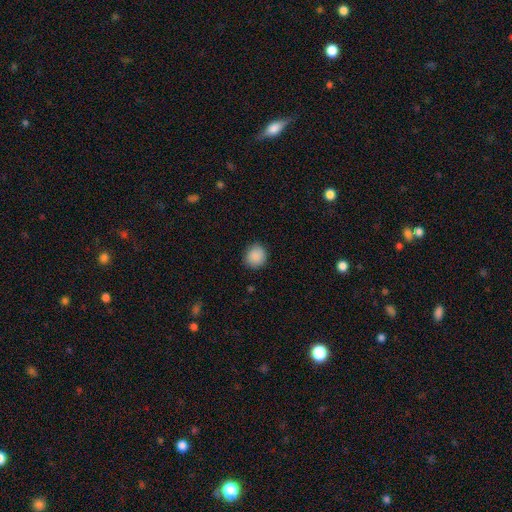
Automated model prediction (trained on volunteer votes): Smooth or featured? smooth (89%)
How rounded? round (85%)
Merging? none (86%)